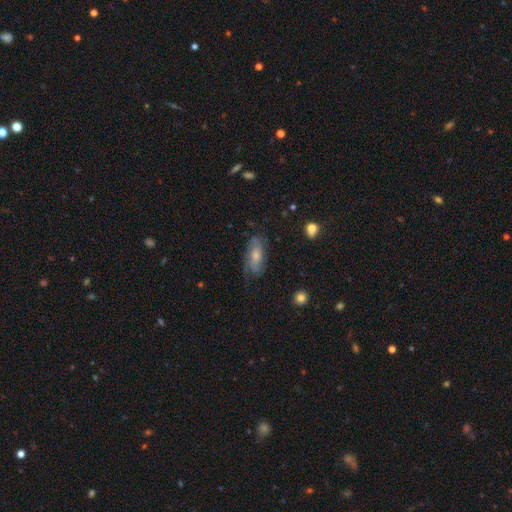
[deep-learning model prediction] This is possibly a featured or disk galaxy (50%). It is clearly not viewed edge-on (87%). Merging: likely none (65%).